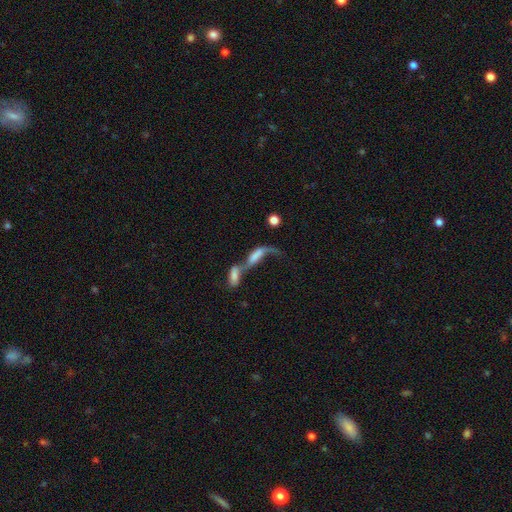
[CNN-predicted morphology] Overall: featured or disk (52%; smooth 36%). Edge-on disk: no (83%). Merging: merger (71%).